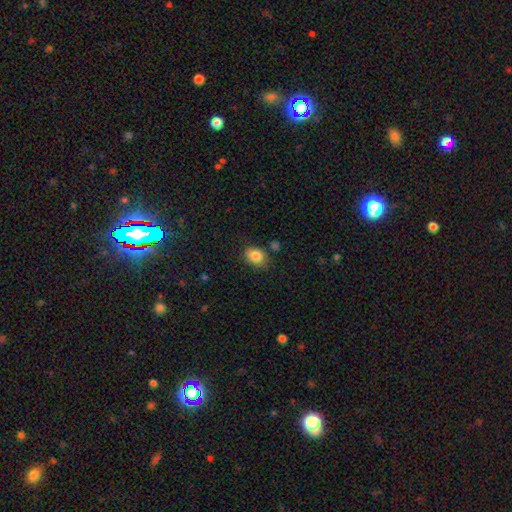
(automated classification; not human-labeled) This appears to be a smooth galaxy with no disk features (85%) that is in between round and cigar-shaped (63%). Merging: none (76%).